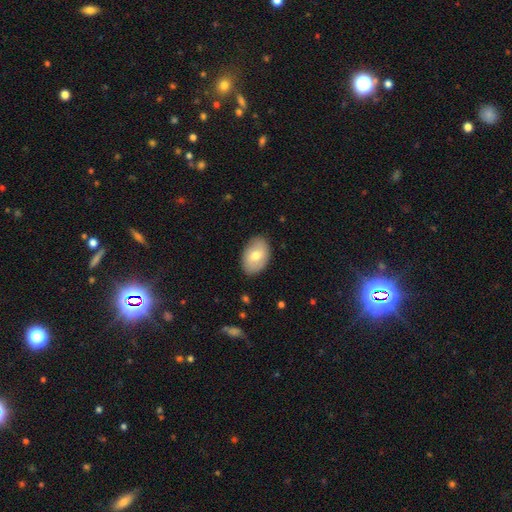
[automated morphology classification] A smooth galaxy with no disk features (68%) that is in between round and cigar-shaped (87%).

Vote fractions:
- Smooth or featured? smooth: 68% / featured or disk: 25% / star or artifact: 6%
- How rounded? in between: 87% / round: 12% / cigar-shaped: 1%
- Merging? none: 86% / minor disturbance: 10% / major disturbance: 2% / merger: 1%